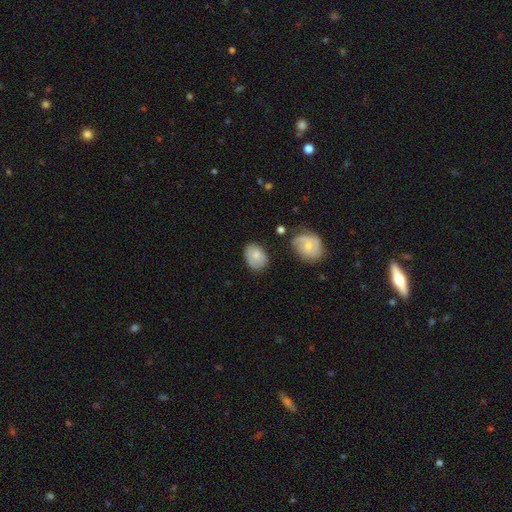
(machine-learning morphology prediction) smooth-or-featured: smooth: 71% | featured or disk: 22% | star or artifact: 7%
  how-rounded: in between: 70% | round: 29% | cigar-shaped: 1%
  merging: none: 64% | minor disturbance: 26% | major disturbance: 7% | merger: 4%